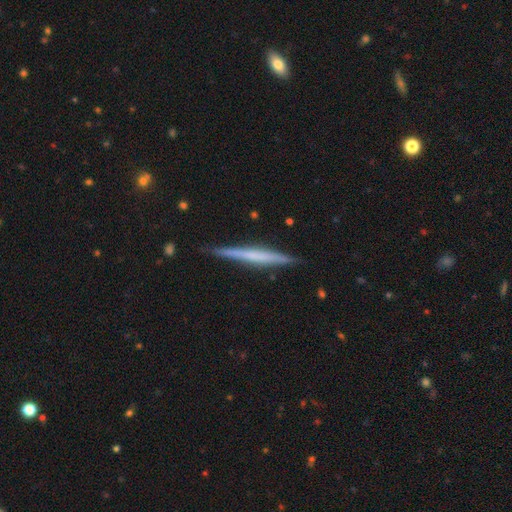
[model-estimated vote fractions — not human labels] This appears to be a featured or disk galaxy (62%) viewed edge-on (98%) with no central bulge (65%). Merging: none (89%).